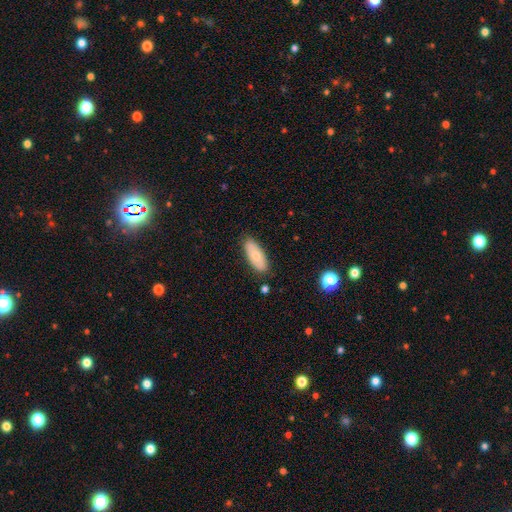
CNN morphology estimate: Q: Smooth or featured?
A: smooth (67%); runner-up: featured or disk (27%)
Q: How rounded?
A: in between (83%); runner-up: cigar-shaped (15%)
Q: Merging?
A: none (83%); runner-up: minor disturbance (13%)